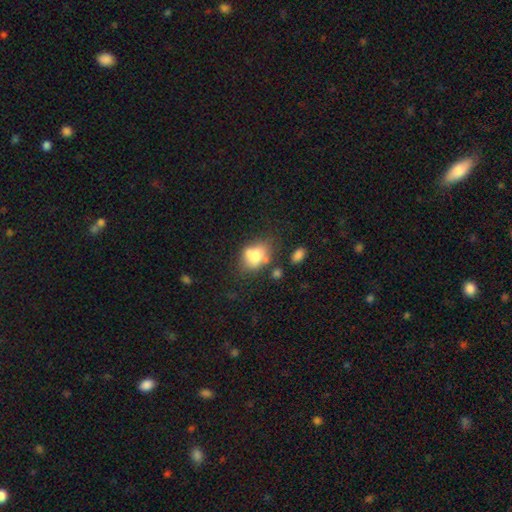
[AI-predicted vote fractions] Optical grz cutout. It shows a smooth galaxy with no disk features (69%) that is in between round and cigar-shaped (63%). Merging: none (42%).